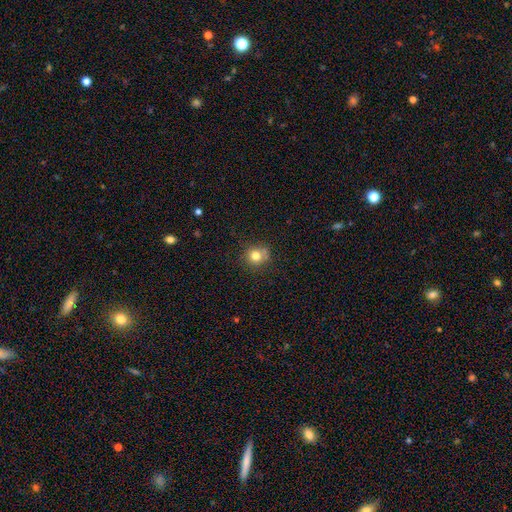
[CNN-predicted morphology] Smooth or featured: smooth — 79% (star or artifact — 12%)
How rounded: round — 86% (in between — 14%)
Merging: none — 70% (minor disturbance — 18%)